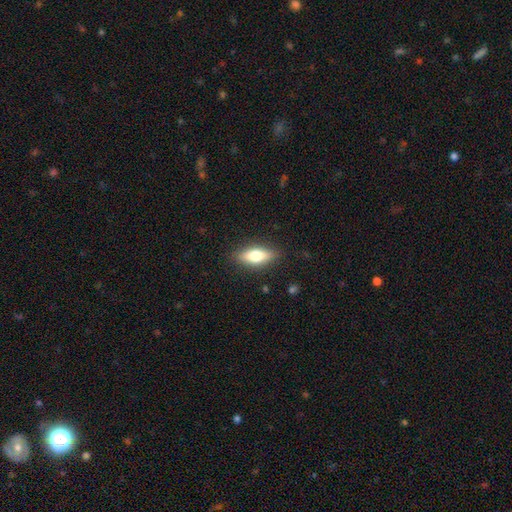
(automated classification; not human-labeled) Smooth or featured?
  - smooth: 66% *
  - featured or disk: 27%
  - star or artifact: 7%
How rounded?
  - in between: 67% *
  - cigar-shaped: 30%
  - round: 3%
Merging?
  - none: 87% *
  - minor disturbance: 10%
  - major disturbance: 2%
  - merger: 1%